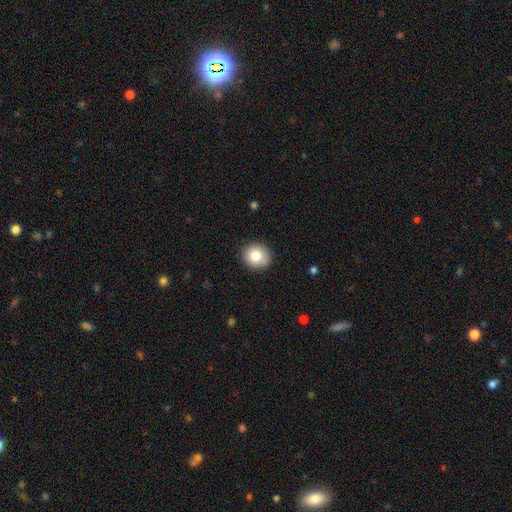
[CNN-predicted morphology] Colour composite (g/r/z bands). It shows a smooth galaxy with no disk features (81%) that is round (85%). Merging: none (89%).